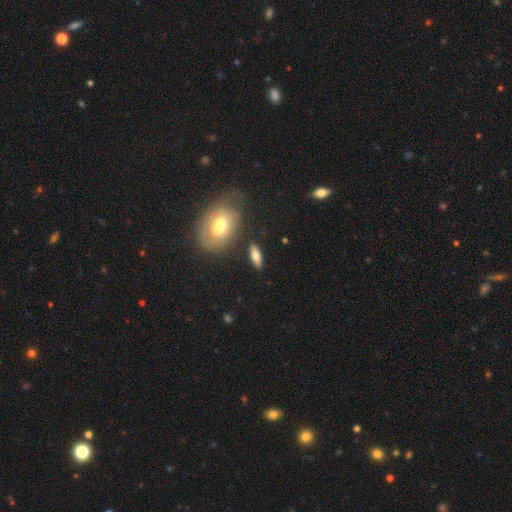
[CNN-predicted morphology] The model was most divided on "how rounded": in between: 60%, cigar-shaped: 35%, round: 6%. More confident: merging — none (82%); smooth or featured — smooth (65%).